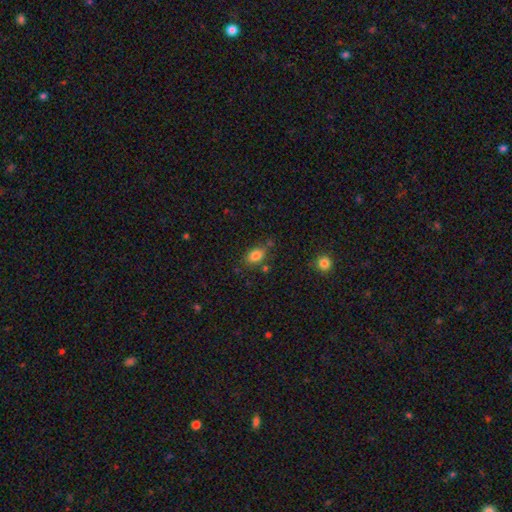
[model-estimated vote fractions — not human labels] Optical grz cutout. It shows a smooth galaxy with no disk features (84%) that is in between round and cigar-shaped (83%). Merging: none (72%).